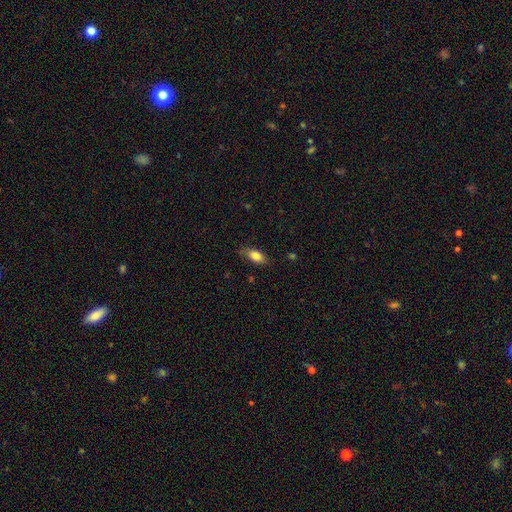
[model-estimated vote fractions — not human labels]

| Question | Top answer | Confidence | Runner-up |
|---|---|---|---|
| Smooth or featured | smooth | 83% | featured or disk (9%) |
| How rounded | in between | 86% | cigar-shaped (9%) |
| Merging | none | 76% | minor disturbance (18%) |